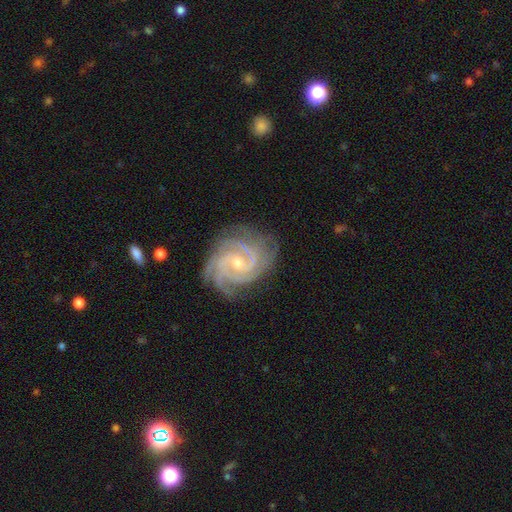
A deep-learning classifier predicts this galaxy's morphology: This appears to be a featured or disk galaxy (92%) with no bar (53%), 3 (32%) tight (74%) spiral arms (99%) and a small central bulge (55%). Merging: none (78%).